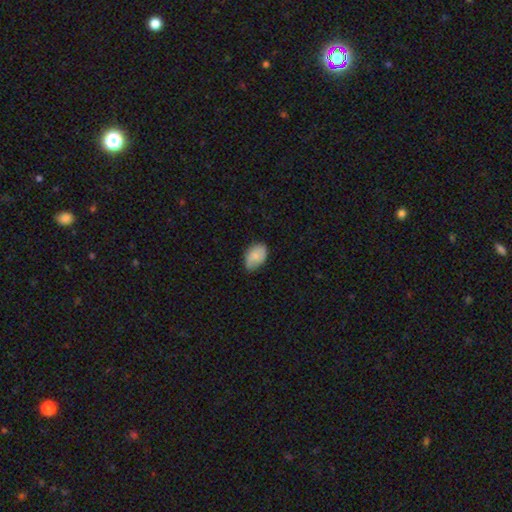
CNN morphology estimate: smooth_or_featured: smooth (p=0.78) [alt: featured or disk p=0.15]
how_rounded: in between (p=0.88) [alt: round p=0.11]
merging: none (p=0.62) [alt: minor disturbance p=0.32]